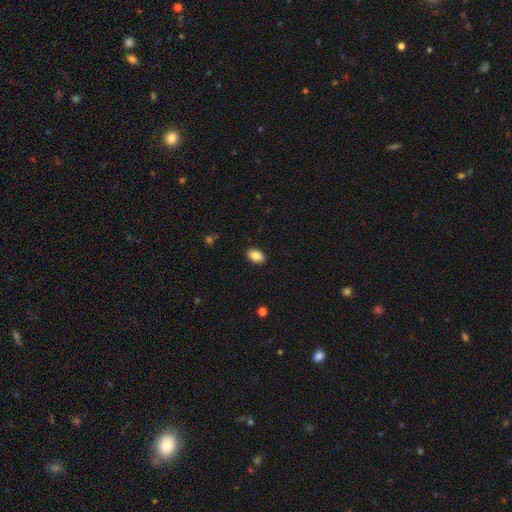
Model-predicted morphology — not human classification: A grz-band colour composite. It shows a smooth galaxy with no disk features (86%) that is in between round and cigar-shaped (90%). Merging: none (89%).